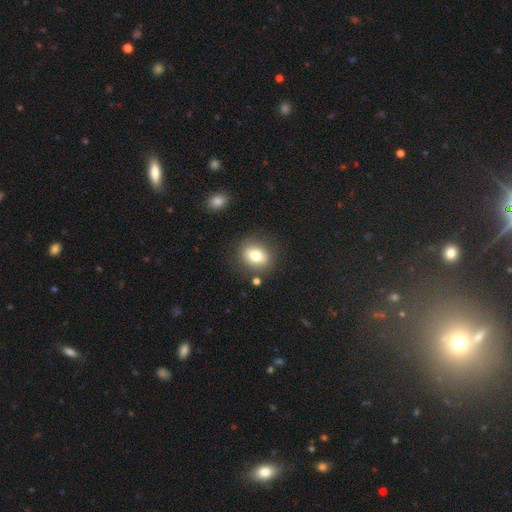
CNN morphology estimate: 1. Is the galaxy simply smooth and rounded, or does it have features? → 74% smooth, 16% featured or disk, 10% star or artifact.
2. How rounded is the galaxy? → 52% round, 47% in between, 1% cigar-shaped.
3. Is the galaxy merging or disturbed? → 82% none, 11% minor disturbance, 4% merger, 4% major disturbance.